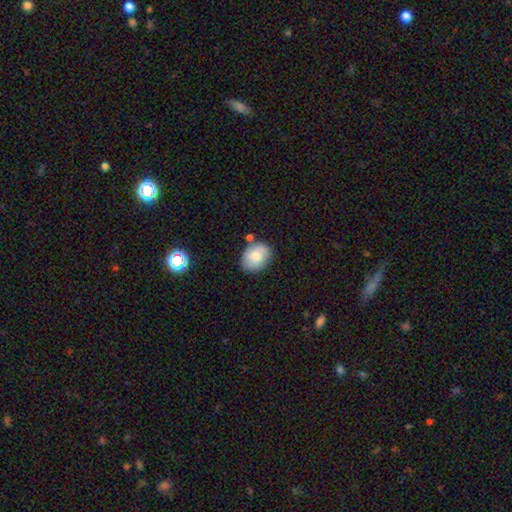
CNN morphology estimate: Overall: smooth (75%). How rounded: in between (62%; round 37%). Merging: none (72%).